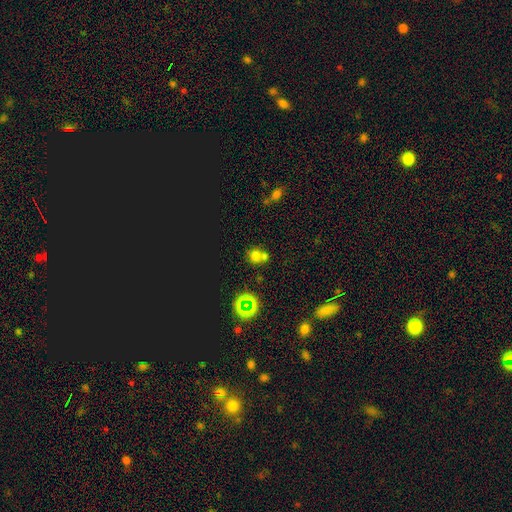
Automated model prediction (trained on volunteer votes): smooth 59%, star or artifact 29%, featured or disk 11%. Down the decision tree: how rounded — round (82%); merging — none (50%).